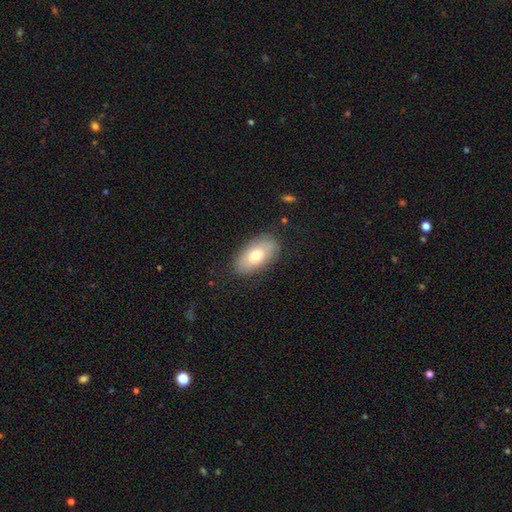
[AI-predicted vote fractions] Morphology: type=smooth (72%); roundness=in between (92%); merging=none (83%).